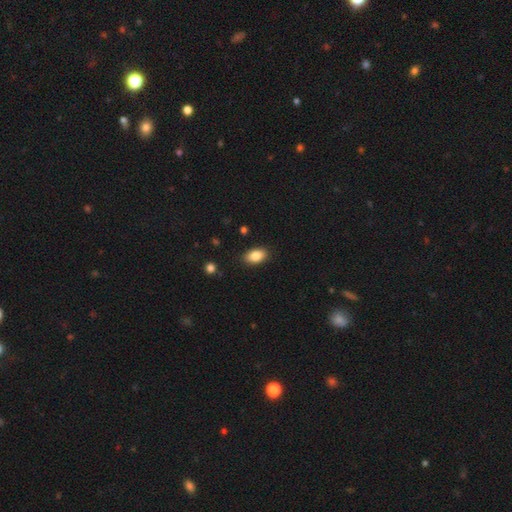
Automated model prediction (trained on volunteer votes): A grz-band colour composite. It shows a smooth galaxy with no disk features (85%) that is in between round and cigar-shaped (91%). Merging: none (87%).